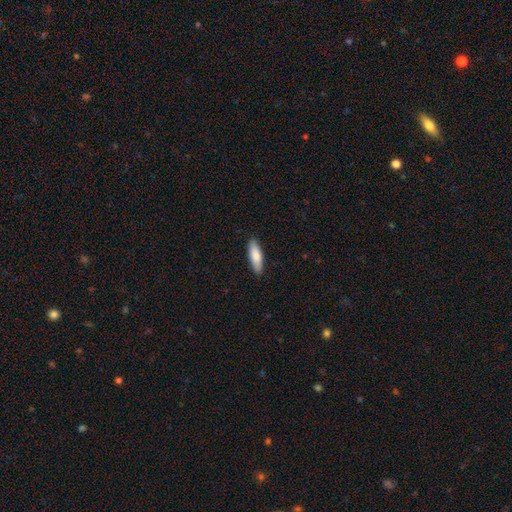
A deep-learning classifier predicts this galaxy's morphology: type=smooth (83%); roundness=cigar-shaped (53%); merging=none (89%).